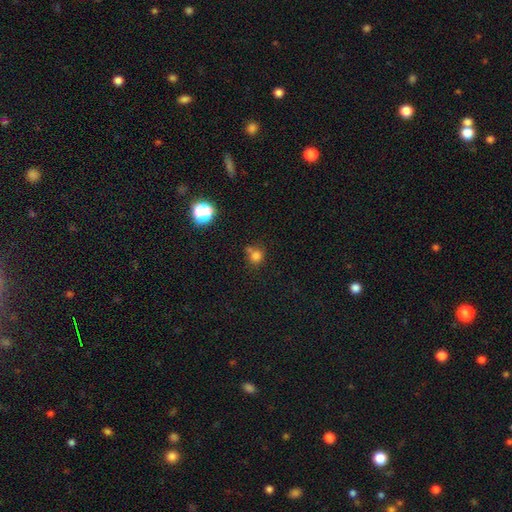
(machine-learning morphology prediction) Smooth or featured? Predicted: smooth (p=0.76). How rounded? Predicted: round (p=0.83). Merging? Predicted: none (p=0.56).